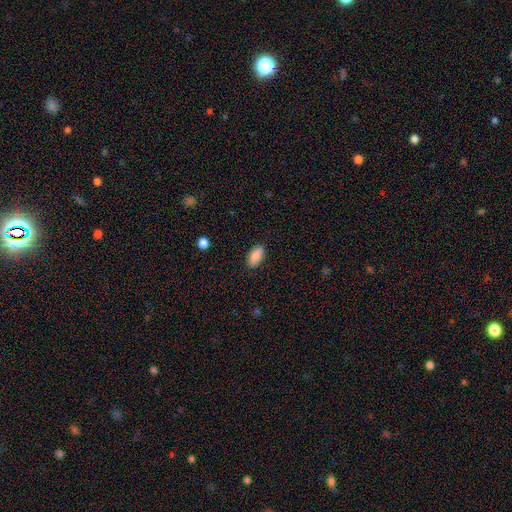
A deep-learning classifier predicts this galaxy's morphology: Smooth or featured? smooth (88%)
How rounded? in between (91%)
Merging? none (88%)